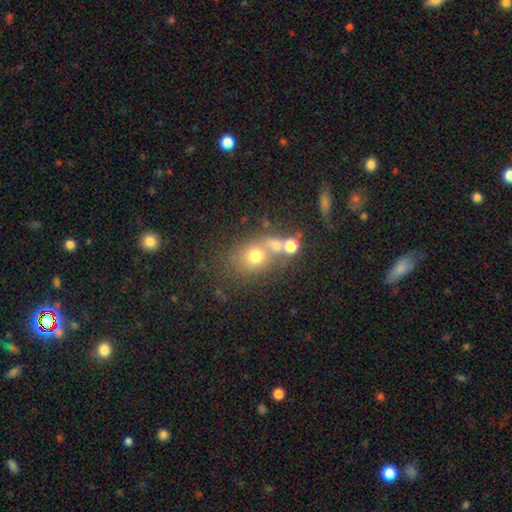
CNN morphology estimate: The model was most divided on "merging": none: 43%, merger: 38%, minor disturbance: 11%, major disturbance: 8%. More confident: smooth or featured — smooth (65%); how rounded — round (64%).